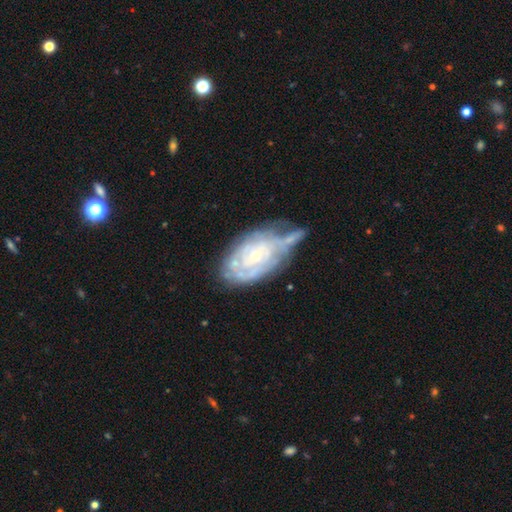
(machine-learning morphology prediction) featured or disk 78%, smooth 15%, star or artifact 7%. Down the decision tree: edge-on disk — no (95%); bar — no (77%); spiral arms — yes (76%); spiral arm count — can't tell (59%); spiral winding — tight (73%); bulge size — small (72%); merging — none (36%).